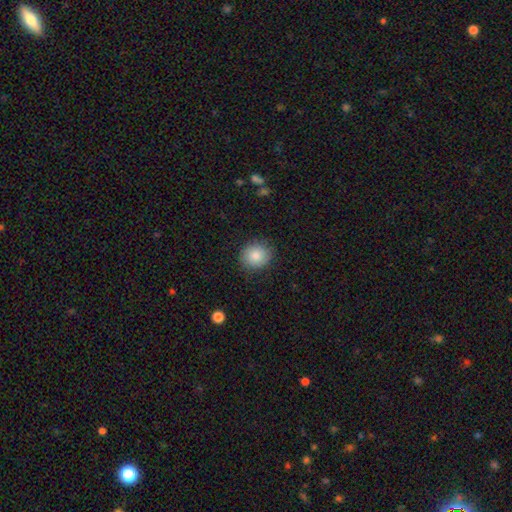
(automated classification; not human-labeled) smooth 85%, star or artifact 8%, featured or disk 7%. Down the decision tree: how rounded — round (80%); merging — none (86%).